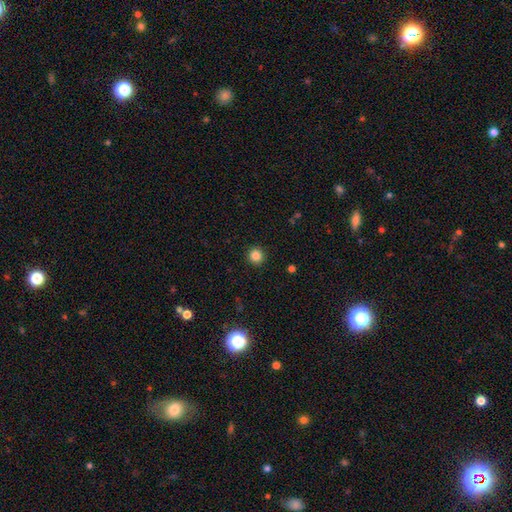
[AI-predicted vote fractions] Smooth or featured? smooth (85%)
How rounded? round (94%)
Merging? none (93%)